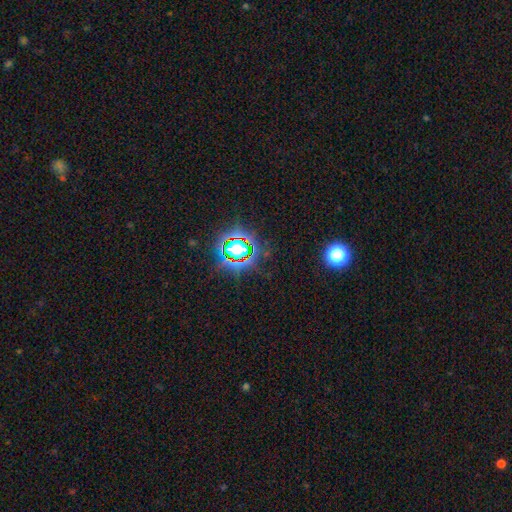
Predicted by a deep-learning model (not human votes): Overall: star or artifact (80%).